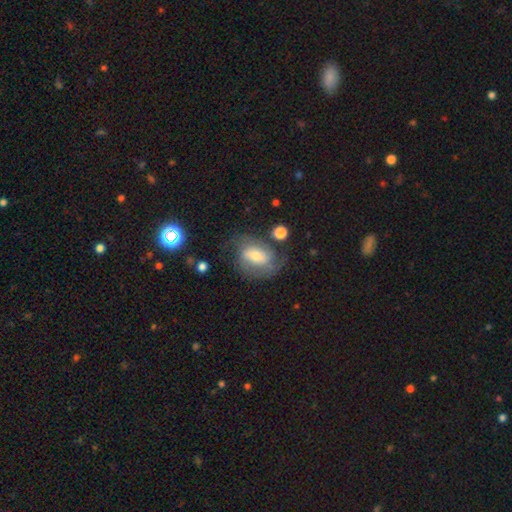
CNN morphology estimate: Smooth or featured? Predicted: featured or disk (p=0.62). Edge-on disk? Predicted: no (p=0.96). Bar? Predicted: weak (p=0.42). Spiral arms? Predicted: yes (p=0.84). Spiral winding? Predicted: medium (p=0.45). Spiral arm count? Predicted: 2 (p=0.55). Bulge size? Predicted: moderate (p=0.45). Merging? Predicted: none (p=0.57).